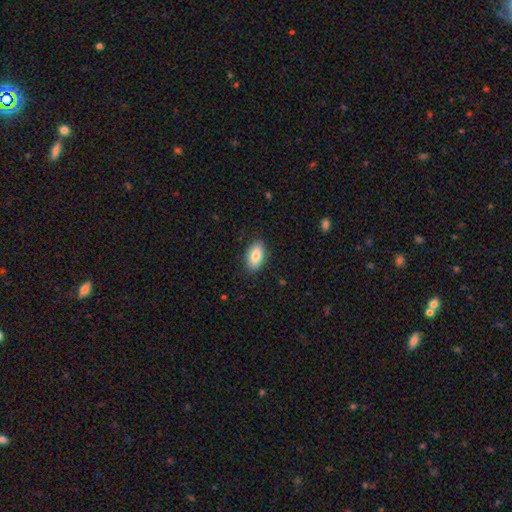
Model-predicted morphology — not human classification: smooth 84%, featured or disk 10%, star or artifact 7%. Down the decision tree: how rounded — in between (93%); merging — none (88%).